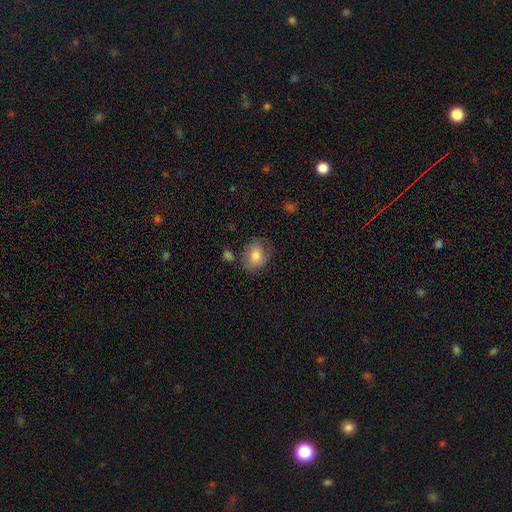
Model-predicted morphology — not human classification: type=smooth (73%); roundness=in between (57%); merging=none (66%).